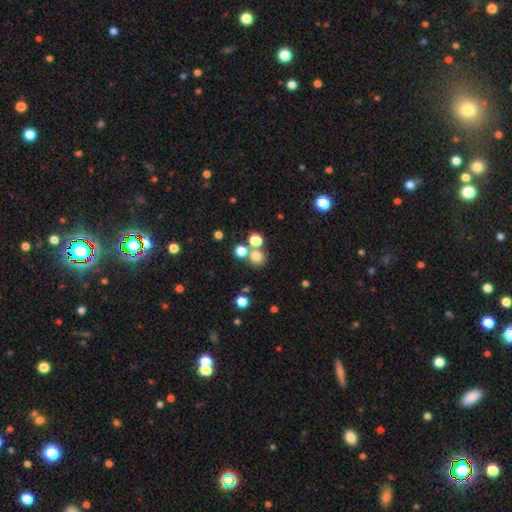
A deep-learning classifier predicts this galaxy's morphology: The model was most divided on "merging": none: 64%, merger: 25%, minor disturbance: 8%, major disturbance: 4%. More confident: how rounded — round (89%); smooth or featured — smooth (74%).